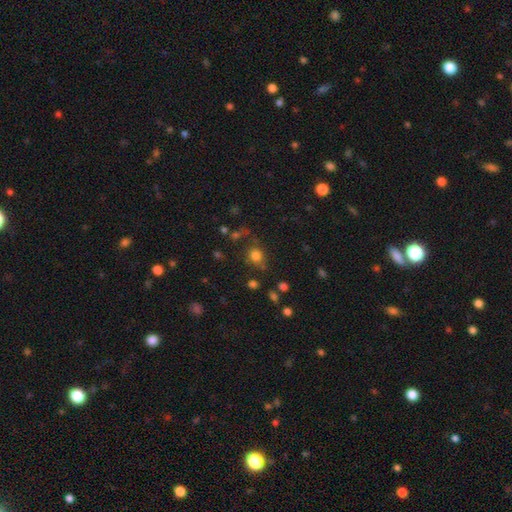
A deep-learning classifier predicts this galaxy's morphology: smooth-or-featured: smooth: 77% | star or artifact: 16% | featured or disk: 7%
  how-rounded: round: 75% | in between: 24% | cigar-shaped: 1%
  merging: none: 69% | minor disturbance: 16% | major disturbance: 8% | merger: 7%